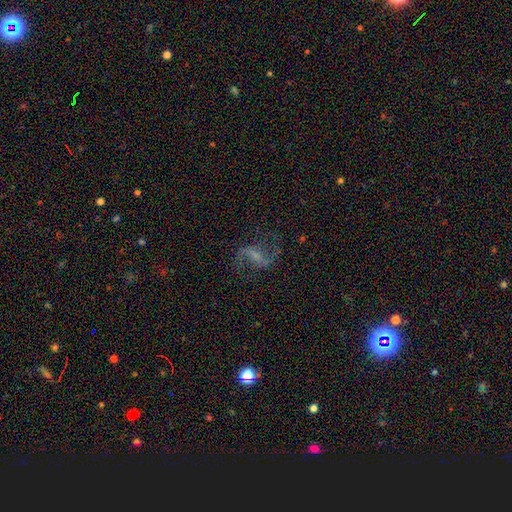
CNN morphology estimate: Overall: featured or disk (83%). Edge-on disk: no (97%). Bar: weak (47%; strong 35%). Spiral arms: yes (95%). Spiral arm count: 2 (93%). Spiral winding: loose (68%; medium 28%). Bulge size: none (39%; small 34%). Merging: none (74%).